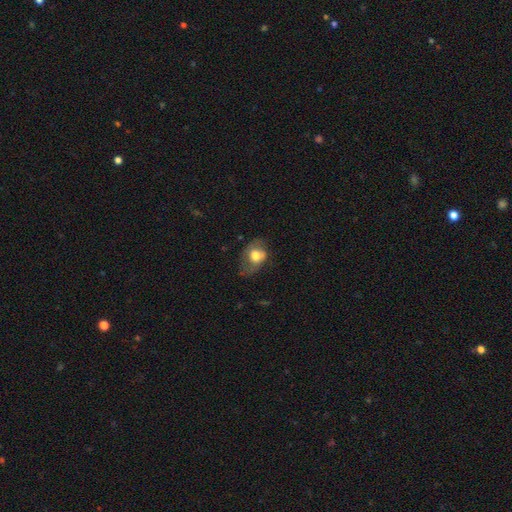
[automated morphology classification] type=smooth (64%); roundness=in between (65%); merging=none (42%).